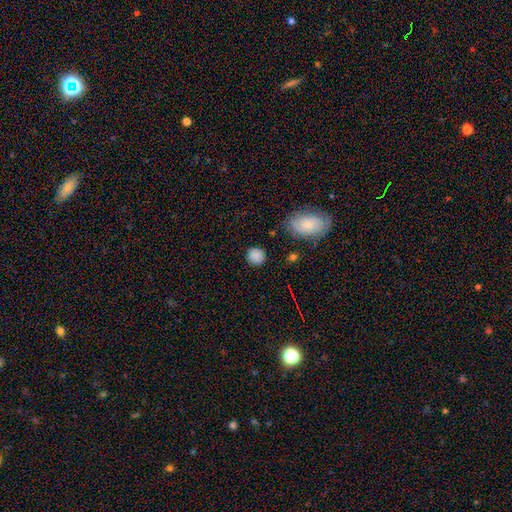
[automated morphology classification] Smooth or featured? Predicted: smooth (p=0.83). How rounded? Predicted: round (p=0.87). Merging? Predicted: none (p=0.84).